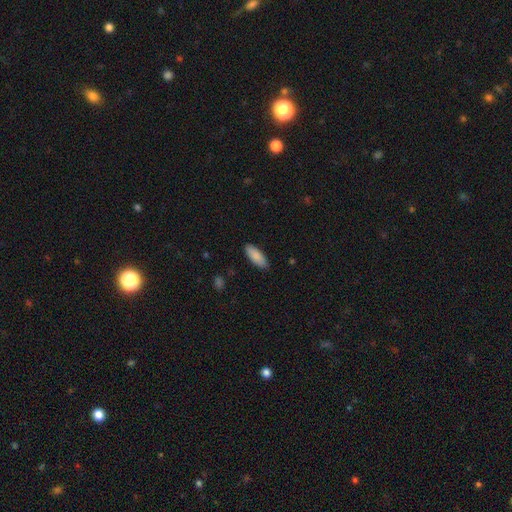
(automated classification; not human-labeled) Smooth or featured? Predicted: smooth (p=0.88). How rounded? Predicted: in between (p=0.74). Merging? Predicted: none (p=0.88).